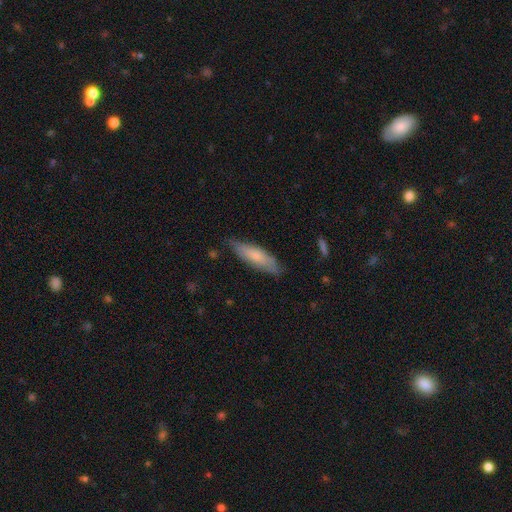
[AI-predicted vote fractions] smooth-or-featured: smooth: 68% | featured or disk: 27% | star or artifact: 6%
  how-rounded: cigar-shaped: 57% | in between: 42% | round: 2%
  merging: none: 72% | minor disturbance: 23% | major disturbance: 4% | merger: 1%